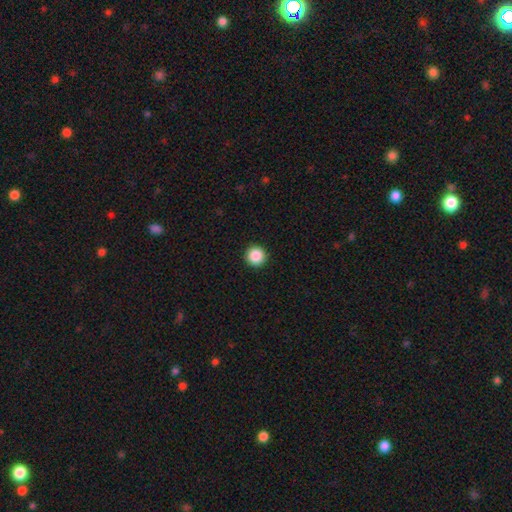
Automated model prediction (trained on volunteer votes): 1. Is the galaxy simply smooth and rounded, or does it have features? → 88% smooth, 9% star or artifact, 3% featured or disk.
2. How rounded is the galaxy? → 96% round, 3% in between, 1% cigar-shaped.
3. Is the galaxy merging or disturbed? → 93% none, 4% minor disturbance, 1% major disturbance, 1% merger.